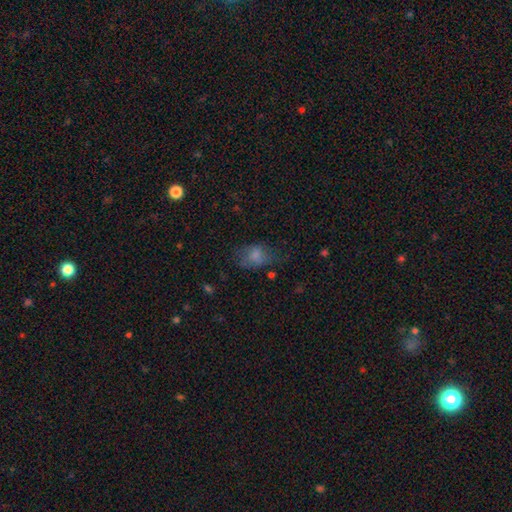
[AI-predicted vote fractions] The model was most divided on "merging": none: 45%, minor disturbance: 28%, major disturbance: 24%, merger: 3%. More confident: how rounded — in between (78%); smooth or featured — smooth (72%).